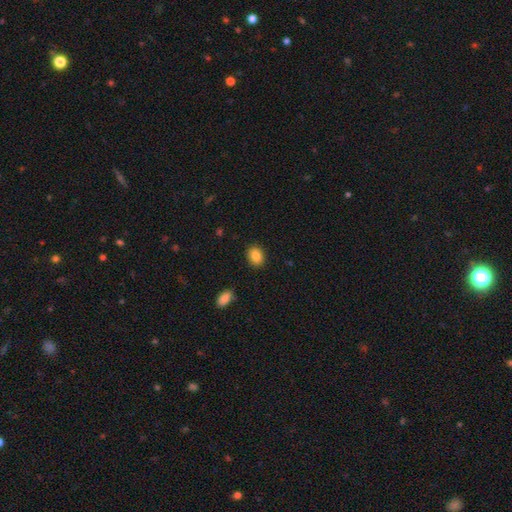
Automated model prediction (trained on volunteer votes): Smooth or featured? Predicted: smooth (p=0.86). How rounded? Predicted: in between (p=0.67). Merging? Predicted: none (p=0.88).